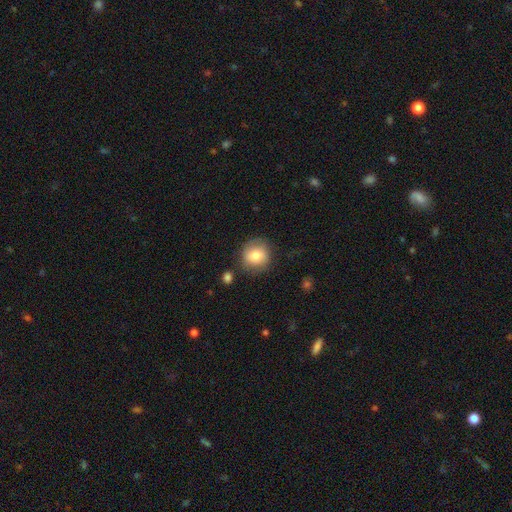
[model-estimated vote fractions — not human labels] Q: Smooth or featured?
A: smooth (77%); runner-up: featured or disk (15%)
Q: How rounded?
A: round (88%); runner-up: in between (11%)
Q: Merging?
A: none (77%); runner-up: minor disturbance (15%)